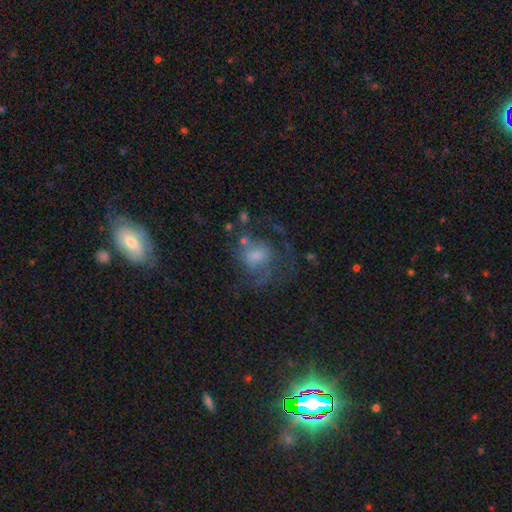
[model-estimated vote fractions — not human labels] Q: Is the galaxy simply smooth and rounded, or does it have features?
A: featured or disk — 54%.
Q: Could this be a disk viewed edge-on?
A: no — 97%.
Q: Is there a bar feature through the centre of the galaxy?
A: no — 62%.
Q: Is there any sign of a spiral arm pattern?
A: yes — 68%.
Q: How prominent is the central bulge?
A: moderate — 40%.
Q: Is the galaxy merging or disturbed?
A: none — 44%.